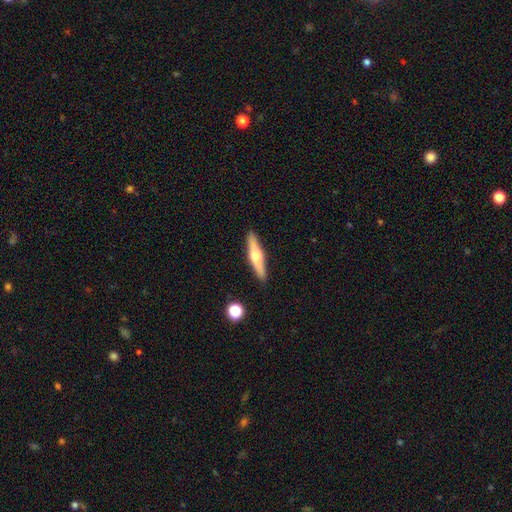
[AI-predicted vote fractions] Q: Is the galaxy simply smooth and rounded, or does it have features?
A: featured or disk — 57%.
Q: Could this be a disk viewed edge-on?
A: yes — 95%.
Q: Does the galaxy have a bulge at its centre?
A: rounded — 93%.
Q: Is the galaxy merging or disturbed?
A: none — 90%.